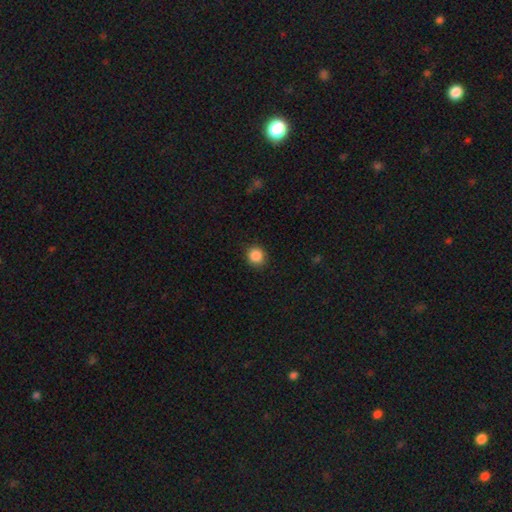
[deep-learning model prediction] smooth_or_featured: smooth (p=0.87) [alt: star or artifact p=0.10]
how_rounded: round (p=0.90) [alt: in between p=0.09]
merging: none (p=0.90) [alt: minor disturbance p=0.07]